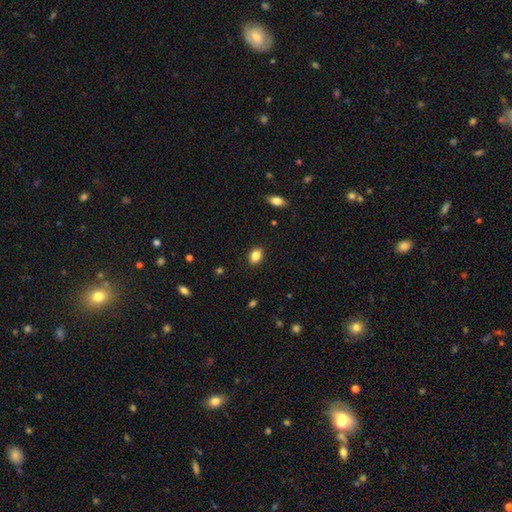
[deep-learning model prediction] Overall: smooth (85%). How rounded: in between (70%). Merging: none (89%).